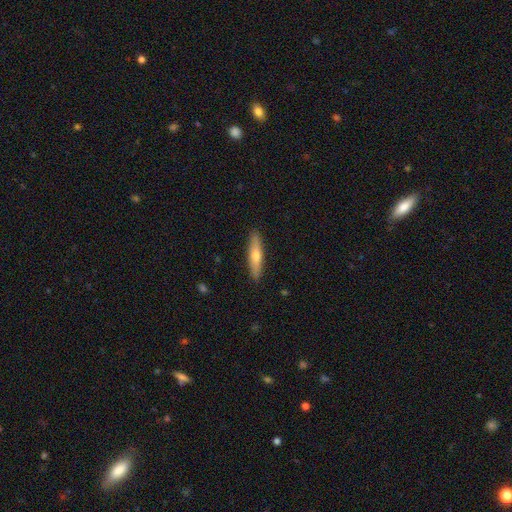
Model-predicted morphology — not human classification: This is possibly a smooth galaxy (52%). How rounded: clearly cigar-shaped (84%). Merging: clearly none (91%).